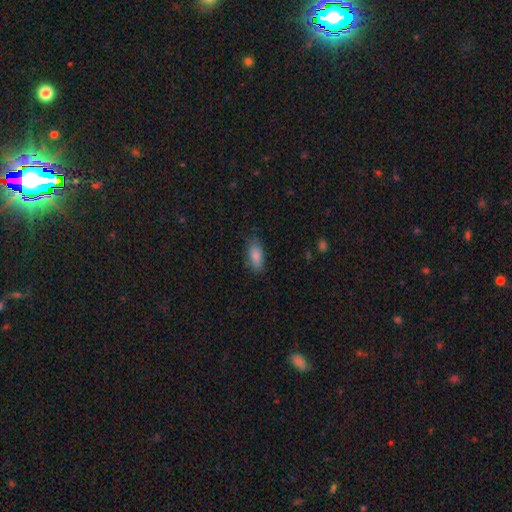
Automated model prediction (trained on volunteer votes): A smooth galaxy with no disk features (85%) that is in between round and cigar-shaped (86%). Merging: none (76%).